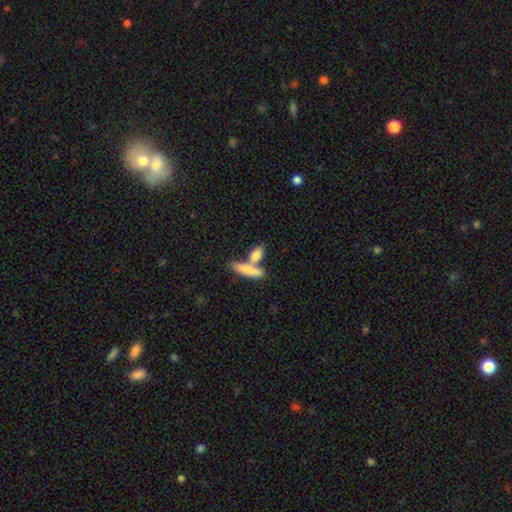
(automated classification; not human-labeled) Smooth or featured? Predicted: smooth (p=0.78). How rounded? Predicted: in between (p=0.58). Merging? Predicted: merger (p=0.45).